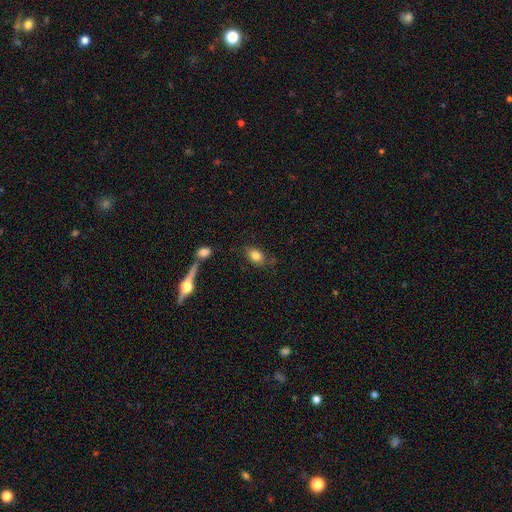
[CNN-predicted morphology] The model was most divided on "merging": none: 74%, minor disturbance: 15%, merger: 6%, major disturbance: 5%. More confident: how rounded — in between (82%); smooth or featured — smooth (82%).